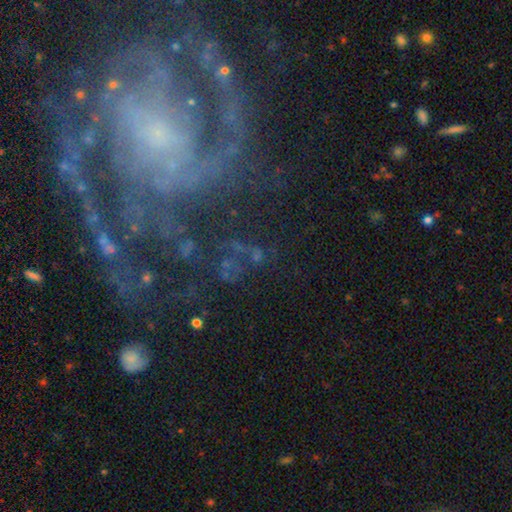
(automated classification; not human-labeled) Q: Smooth or featured?
A: star or artifact (47%); runner-up: featured or disk (30%)